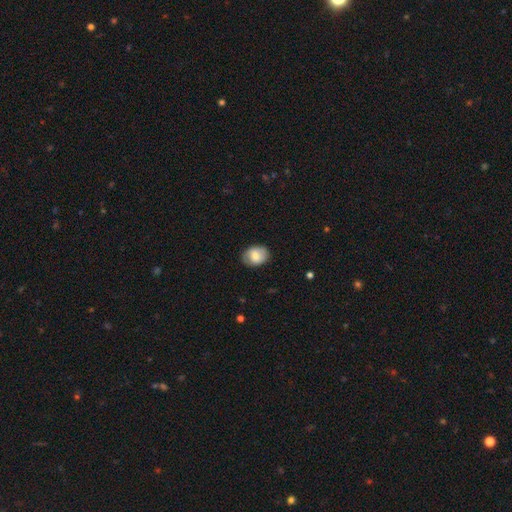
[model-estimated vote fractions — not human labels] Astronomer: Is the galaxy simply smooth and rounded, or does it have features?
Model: smooth — 73%.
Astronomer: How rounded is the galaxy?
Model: in between — 67%.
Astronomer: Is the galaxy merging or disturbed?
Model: none — 81%.